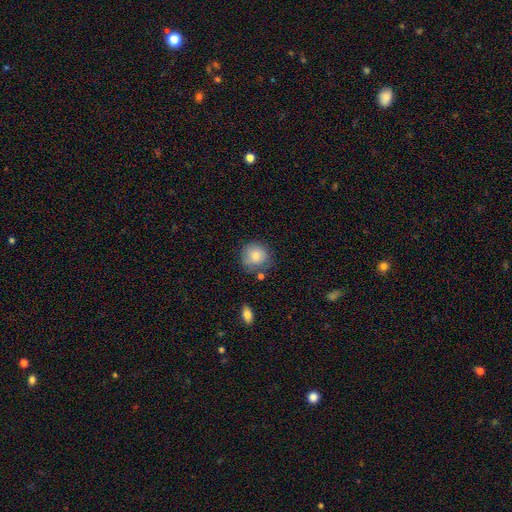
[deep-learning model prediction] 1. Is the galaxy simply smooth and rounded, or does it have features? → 80% smooth, 12% featured or disk, 8% star or artifact.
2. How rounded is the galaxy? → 89% round, 10% in between, 1% cigar-shaped.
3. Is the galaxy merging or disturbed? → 70% none, 20% minor disturbance, 5% merger, 5% major disturbance.